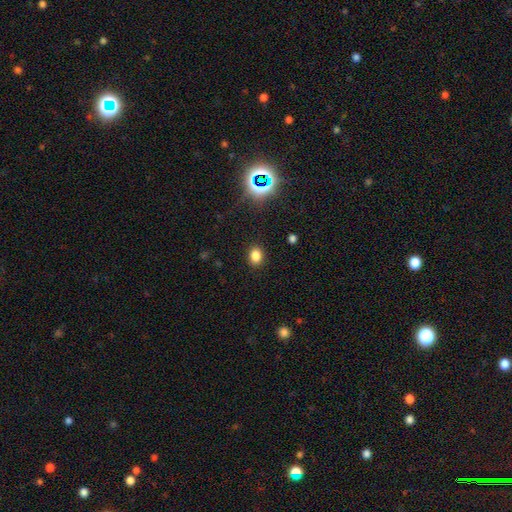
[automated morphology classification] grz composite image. It shows a smooth galaxy with no disk features (80%) that is in between round and cigar-shaped (55%). Merging: none (88%).